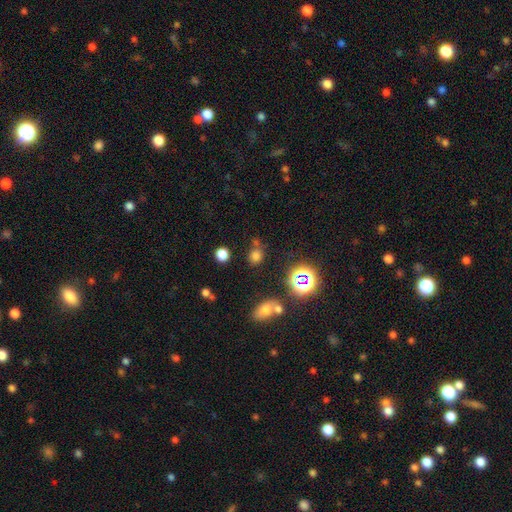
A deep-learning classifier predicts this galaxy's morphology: A smooth galaxy with no disk features (68%) that is round (71%). Merging: none (66%).